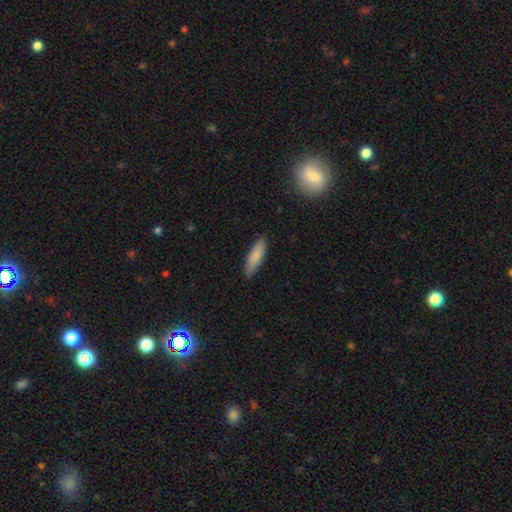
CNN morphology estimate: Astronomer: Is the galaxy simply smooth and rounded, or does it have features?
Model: smooth — 82%.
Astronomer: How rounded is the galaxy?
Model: cigar-shaped — 58% (runner-up: in between, 41%).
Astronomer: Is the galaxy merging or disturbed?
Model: none — 84%.